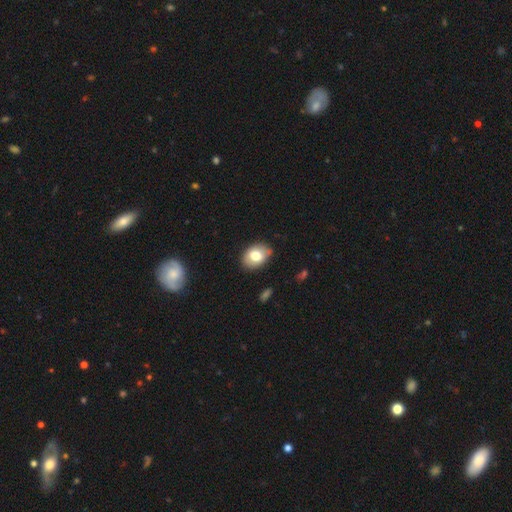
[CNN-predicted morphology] smooth-or-featured: smooth: 75% | featured or disk: 17% | star or artifact: 8%
  how-rounded: in between: 79% | round: 20% | cigar-shaped: 1%
  merging: none: 82% | minor disturbance: 13% | major disturbance: 3% | merger: 2%